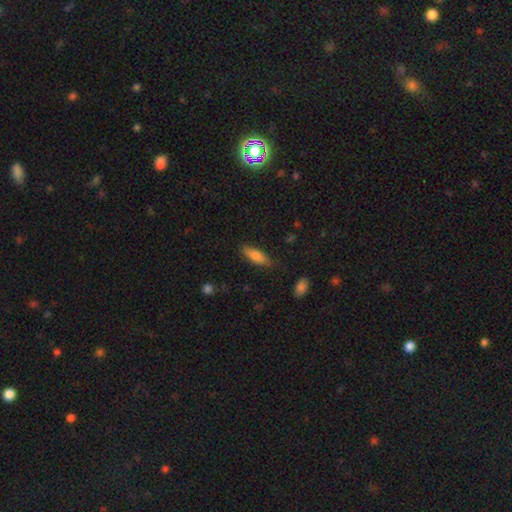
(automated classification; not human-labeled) Q: Smooth or featured?
A: smooth (79%); runner-up: featured or disk (14%)
Q: How rounded?
A: in between (60%); runner-up: cigar-shaped (38%)
Q: Merging?
A: none (80%); runner-up: minor disturbance (15%)